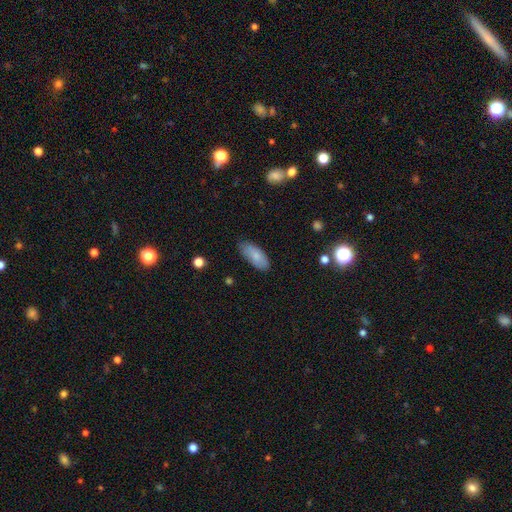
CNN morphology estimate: smooth 82%, featured or disk 11%, star or artifact 7%. Down the decision tree: how rounded — in between (84%); merging — none (77%).